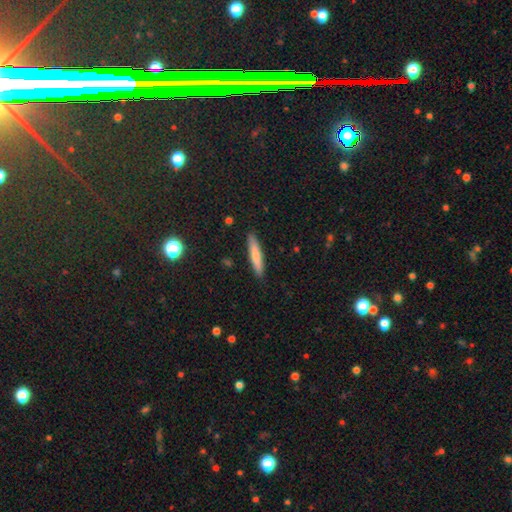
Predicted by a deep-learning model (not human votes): Overall: smooth (76%). How rounded: cigar-shaped (90%). Merging: none (90%).